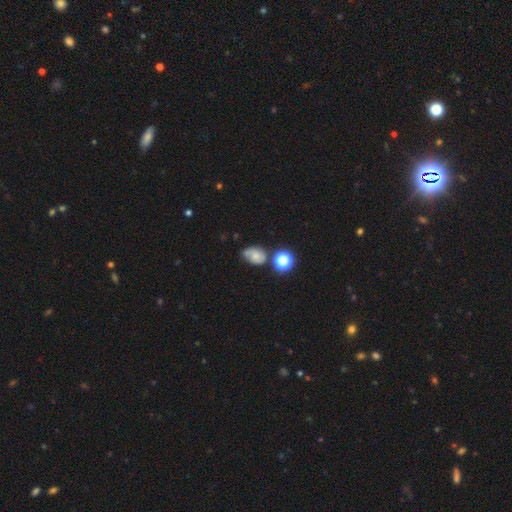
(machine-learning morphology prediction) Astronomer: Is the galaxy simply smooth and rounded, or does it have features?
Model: smooth — 46% (runner-up: featured or disk, 40%).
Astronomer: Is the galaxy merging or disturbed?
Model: none — 44% (runner-up: minor disturbance, 29%).